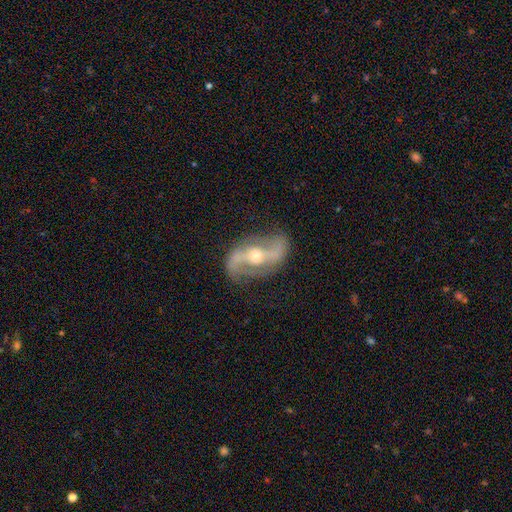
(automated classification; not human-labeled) Smooth or featured? featured or disk (89%)
Edge-on disk? no (95%)
Bar? strong (35%)
Spiral arms? yes (95%)
Spiral winding? loose (60%)
Spiral arm count? 2 (94%)
Bulge size? moderate (68%)
Merging? none (81%)